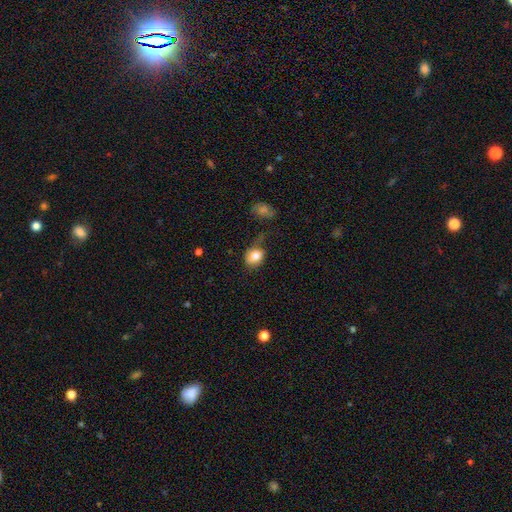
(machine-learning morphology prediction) Overall: smooth (80%). How rounded: in between (58%; round 41%). Merging: none (51%; minor disturbance 29%).